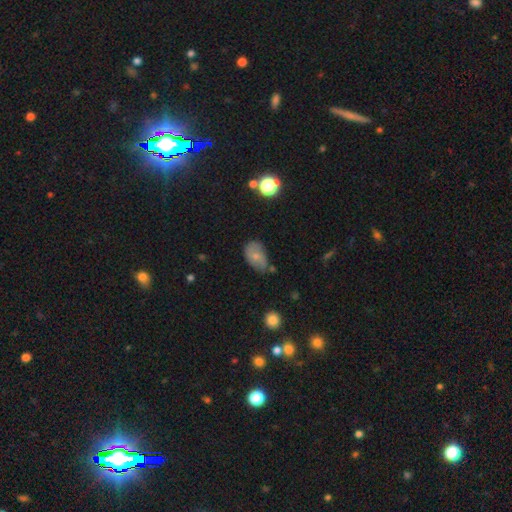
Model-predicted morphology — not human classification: This is likely a smooth galaxy (64%). How rounded: clearly in between (87%). Merging: possibly none (46%).